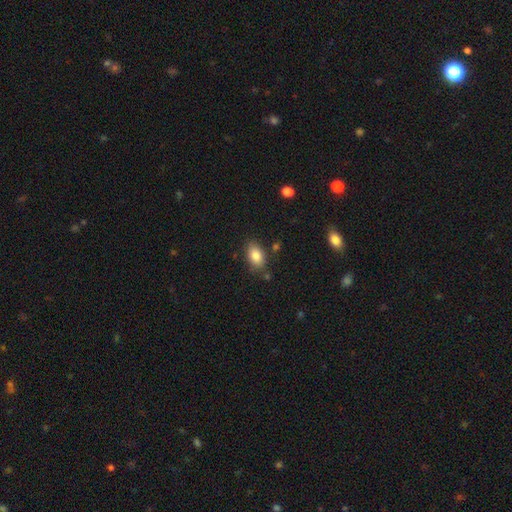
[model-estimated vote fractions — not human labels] Smooth or featured? smooth (85%)
How rounded? in between (90%)
Merging? none (80%)